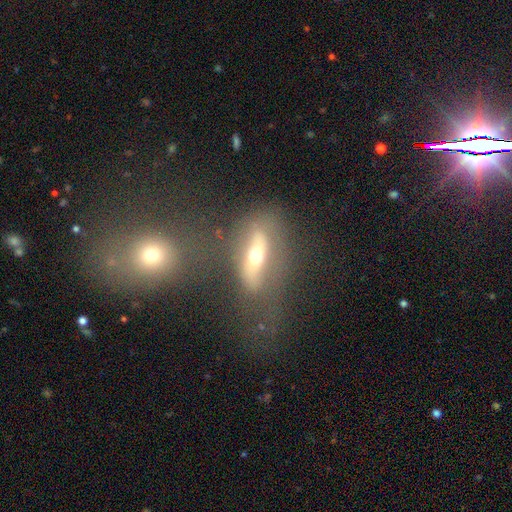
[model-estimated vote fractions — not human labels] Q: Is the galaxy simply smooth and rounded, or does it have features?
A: featured or disk — 55%.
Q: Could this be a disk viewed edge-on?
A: no — 59%.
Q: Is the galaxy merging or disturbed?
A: none — 42%.